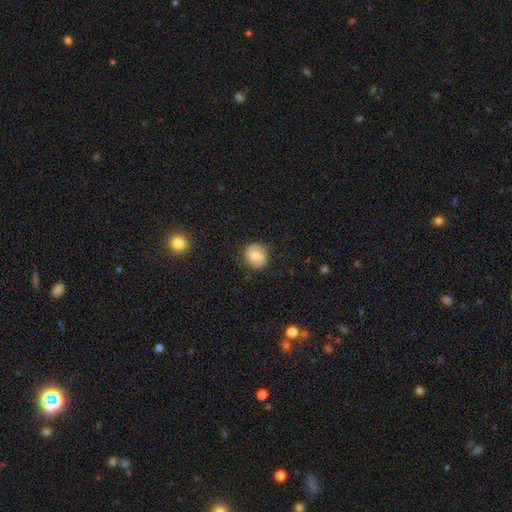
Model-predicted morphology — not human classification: Q: Smooth or featured?
A: featured or disk (47%); runner-up: smooth (45%)
Q: Merging?
A: none (82%); runner-up: minor disturbance (13%)